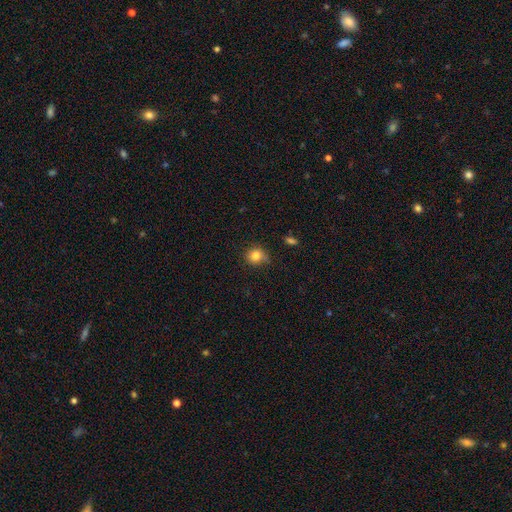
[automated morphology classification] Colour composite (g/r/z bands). It shows a smooth galaxy with no disk features (83%) that is round (85%). Merging: none (74%).